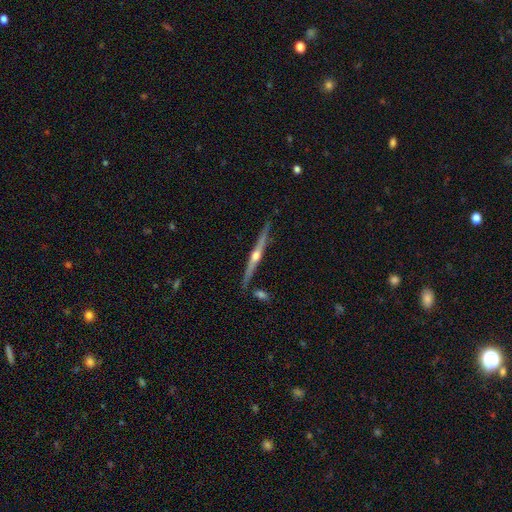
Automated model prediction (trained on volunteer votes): Q: Smooth or featured?
A: featured or disk (78%); runner-up: smooth (17%)
Q: Edge-on disk?
A: yes (98%); runner-up: no (2%)
Q: Edge-on bulge?
A: rounded (91%); runner-up: none (6%)
Q: Merging?
A: none (84%); runner-up: minor disturbance (10%)